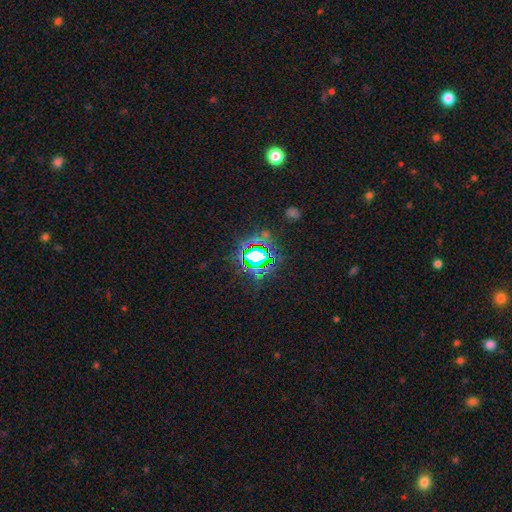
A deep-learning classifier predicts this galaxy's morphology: Smooth or featured?
  - star or artifact: 75% *
  - smooth: 14%
  - featured or disk: 11%